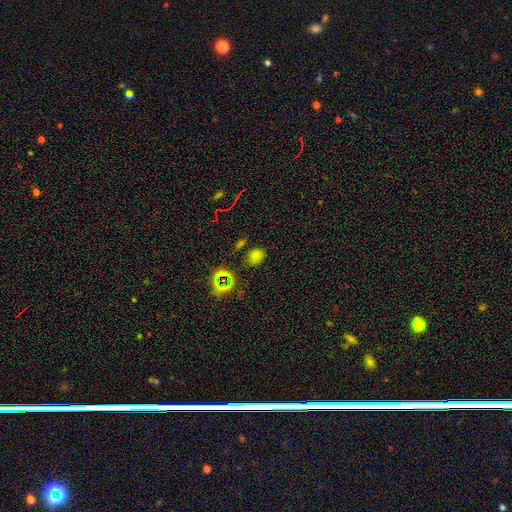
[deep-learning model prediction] Overall: smooth (60%; star or artifact 33%). How rounded: in between (60%; round 38%). Merging: none (75%).